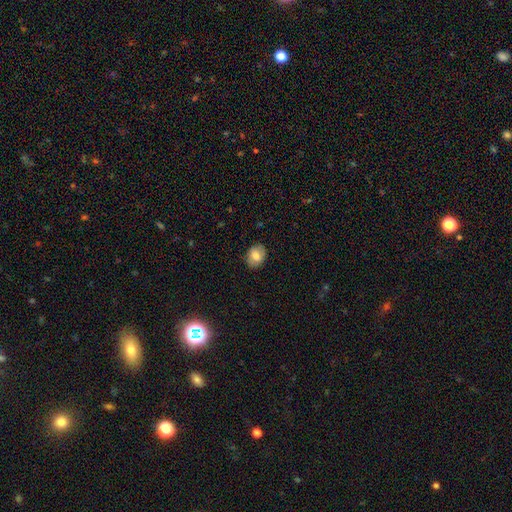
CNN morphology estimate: Smooth or featured: smooth — 74% (featured or disk — 18%)
How rounded: in between — 64% (round — 35%)
Merging: none — 85% (minor disturbance — 12%)